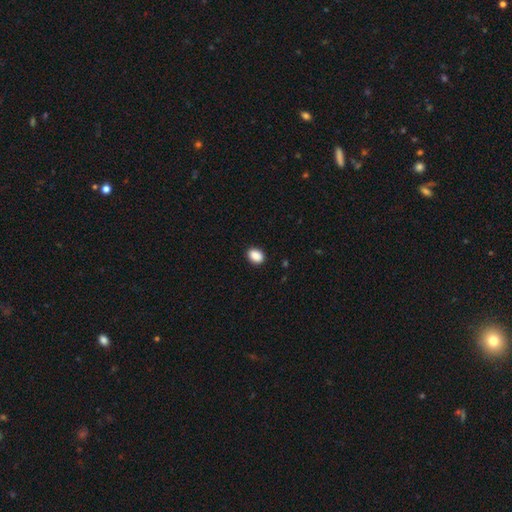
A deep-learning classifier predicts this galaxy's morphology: Smooth or featured? Predicted: smooth (p=0.90). How rounded? Predicted: in between (p=0.75). Merging? Predicted: none (p=0.89).